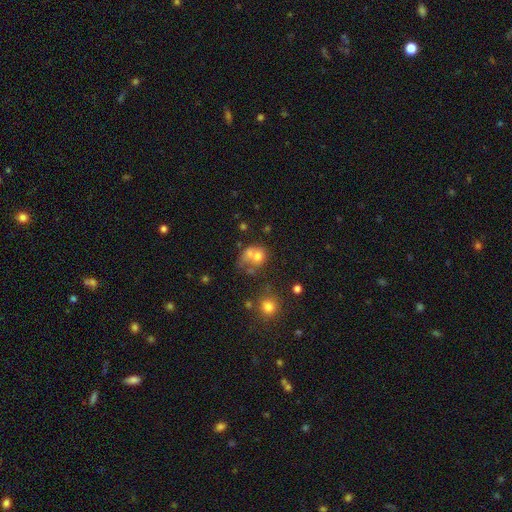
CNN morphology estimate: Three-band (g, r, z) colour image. It shows a smooth galaxy with no disk features (63%) that is round (55%). Merging: merger (53%).